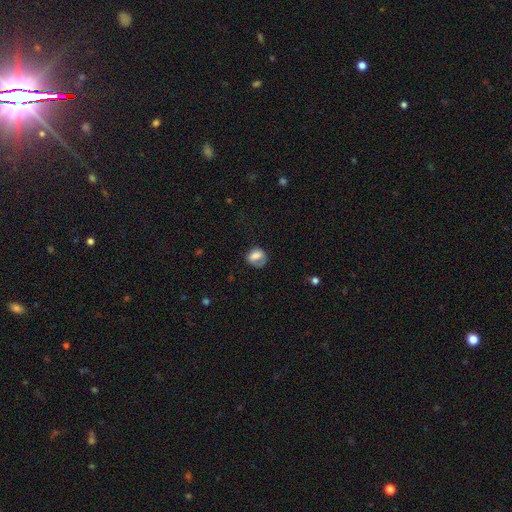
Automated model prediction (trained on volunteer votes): The model was most divided on "how rounded": round: 54%, in between: 45%, cigar-shaped: 1%. Remaining: smooth or featured — smooth (75%); merging — none (48%).